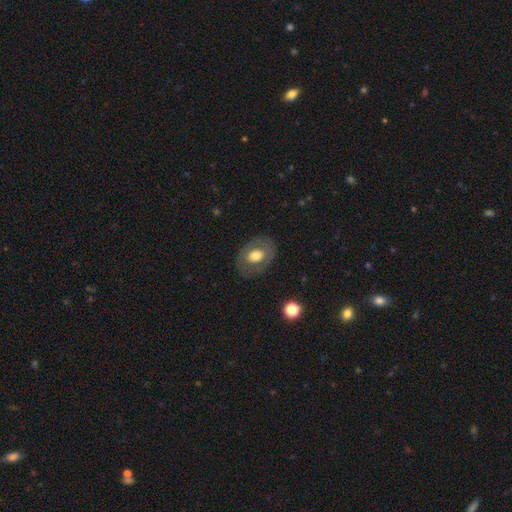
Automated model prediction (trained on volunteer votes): Smooth or featured? Predicted: smooth (p=0.58). How rounded? Predicted: in between (p=0.69). Merging? Predicted: none (p=0.80).